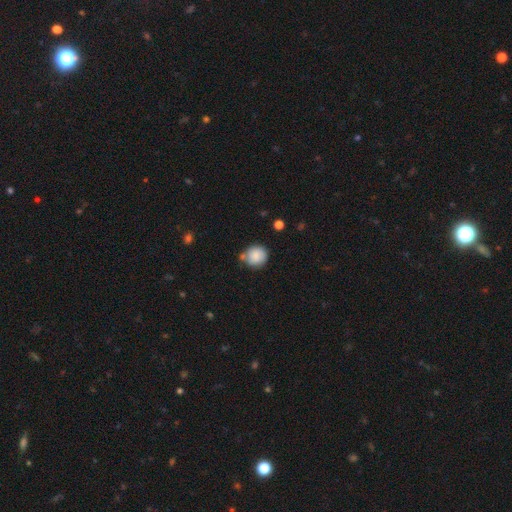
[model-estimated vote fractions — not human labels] Smooth or featured? Predicted: smooth (p=0.85). How rounded? Predicted: round (p=0.86). Merging? Predicted: none (p=0.67).